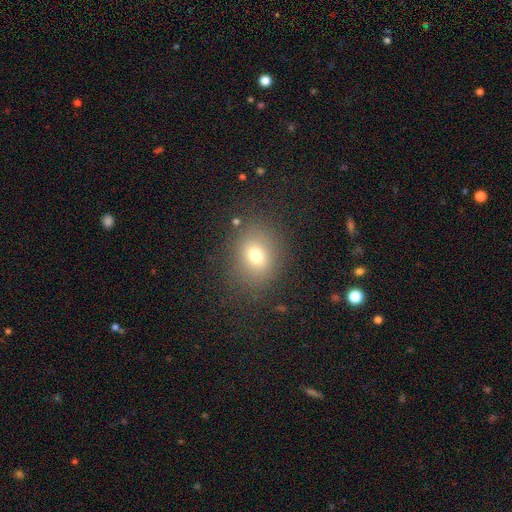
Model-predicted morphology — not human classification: Smooth or featured?
  - smooth: 72% *
  - star or artifact: 16%
  - featured or disk: 12%
How rounded?
  - round: 53% *
  - in between: 46%
  - cigar-shaped: 1%
Merging?
  - none: 82% *
  - minor disturbance: 11%
  - major disturbance: 5%
  - merger: 2%